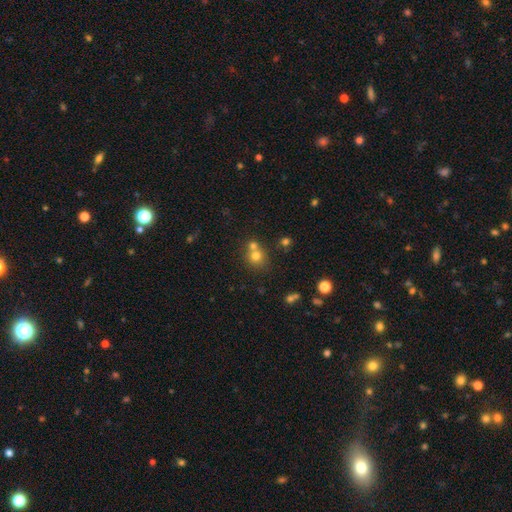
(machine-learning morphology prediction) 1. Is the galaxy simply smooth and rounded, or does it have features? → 72% smooth, 16% star or artifact, 12% featured or disk.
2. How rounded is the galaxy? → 84% round, 15% in between, 1% cigar-shaped.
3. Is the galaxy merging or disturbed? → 47% none, 44% merger, 7% minor disturbance, 3% major disturbance.